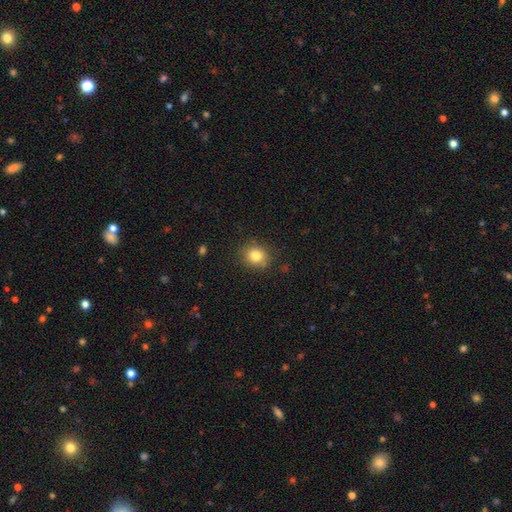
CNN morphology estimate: smooth_or_featured: smooth (p=0.81) [alt: star or artifact p=0.11]
how_rounded: round (p=0.76) [alt: in between p=0.23]
merging: none (p=0.83) [alt: minor disturbance p=0.12]